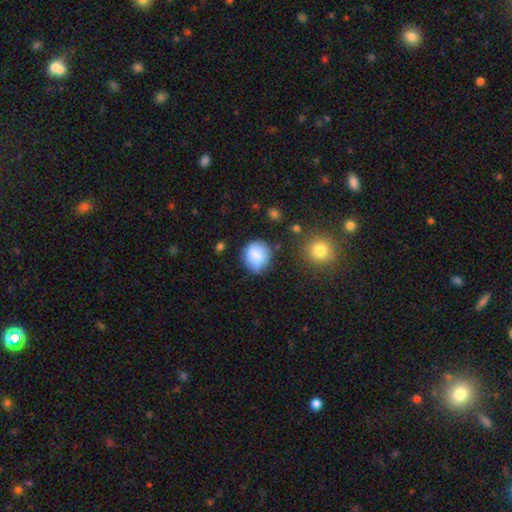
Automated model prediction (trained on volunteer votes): Overall: smooth (78%). How rounded: round (83%). Merging: none (65%).